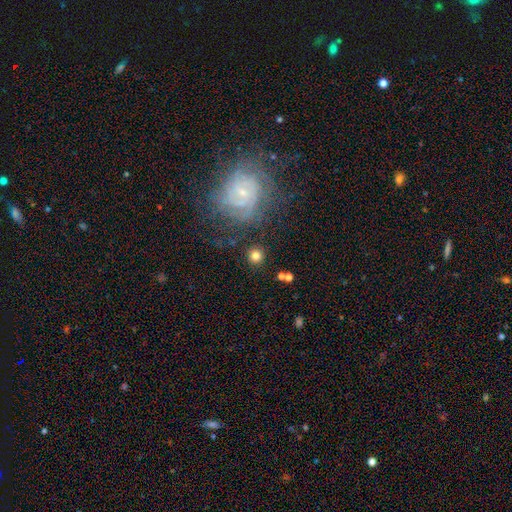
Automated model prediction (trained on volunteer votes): Morphology: type=smooth (76%); roundness=round (93%); merging=none (86%).